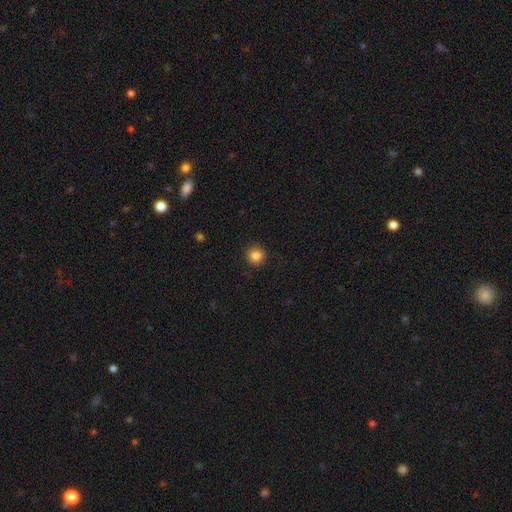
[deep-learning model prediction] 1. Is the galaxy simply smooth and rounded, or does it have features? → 84% smooth, 11% star or artifact, 6% featured or disk.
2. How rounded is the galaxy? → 95% round, 4% in between, 1% cigar-shaped.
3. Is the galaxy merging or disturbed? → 92% none, 6% minor disturbance, 2% major disturbance, 1% merger.